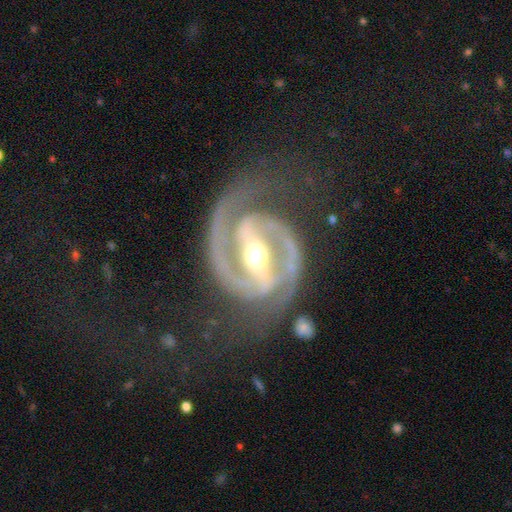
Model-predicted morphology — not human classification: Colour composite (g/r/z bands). It shows a featured or disk galaxy (93%) with a strong bar (69%), 2 (91%) medium (49%) spiral arms (98%) and a moderate central bulge (67%). Merging: none (66%).